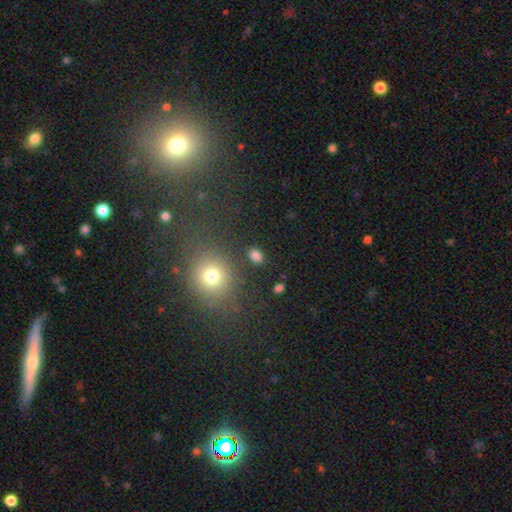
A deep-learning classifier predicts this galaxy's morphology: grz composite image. It shows a smooth galaxy with no disk features (81%) that is in between round and cigar-shaped (73%). Merging: none (83%).